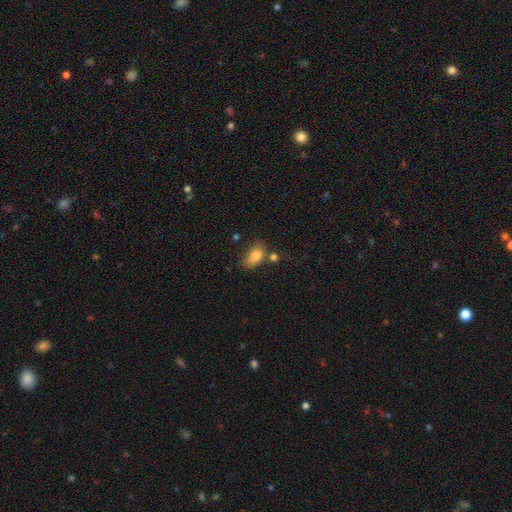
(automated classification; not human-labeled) smooth_or_featured: smooth (p=0.81) [alt: featured or disk p=0.10]
how_rounded: in between (p=0.87) [alt: round p=0.10]
merging: none (p=0.53) [alt: minor disturbance p=0.24]